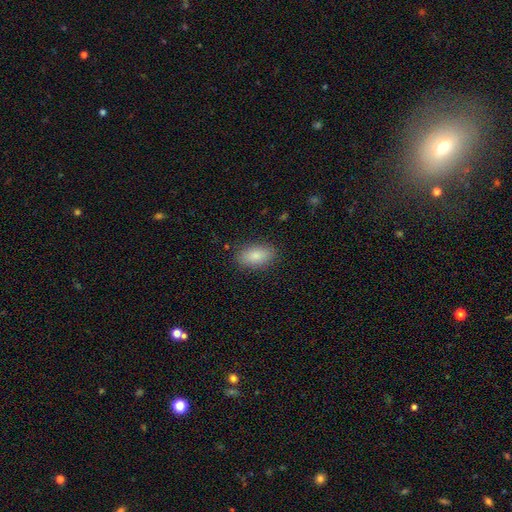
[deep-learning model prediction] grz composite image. It shows a smooth galaxy with no disk features (86%) that is in between round and cigar-shaped (91%). Merging: none (86%).